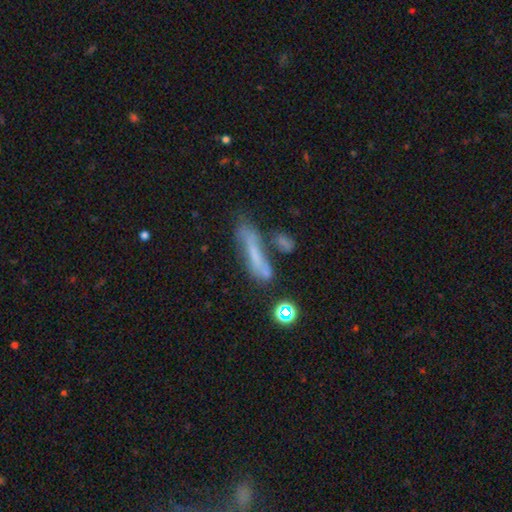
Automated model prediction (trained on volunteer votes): Smooth or featured?
  - smooth: 51% *
  - featured or disk: 35%
  - star or artifact: 13%
How rounded?
  - cigar-shaped: 76% *
  - in between: 20%
  - round: 4%
Merging?
  - none: 45% *
  - minor disturbance: 22%
  - merger: 17%
  - major disturbance: 15%